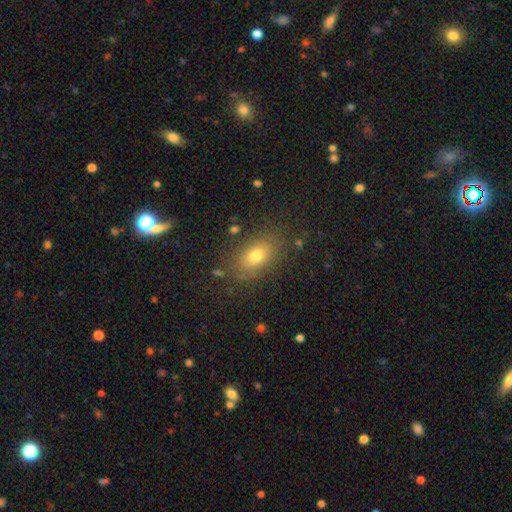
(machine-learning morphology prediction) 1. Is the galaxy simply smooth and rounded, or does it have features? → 75% smooth, 13% featured or disk, 12% star or artifact.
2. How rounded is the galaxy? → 83% in between, 14% round, 3% cigar-shaped.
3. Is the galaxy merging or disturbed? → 82% none, 12% minor disturbance, 4% major disturbance, 2% merger.